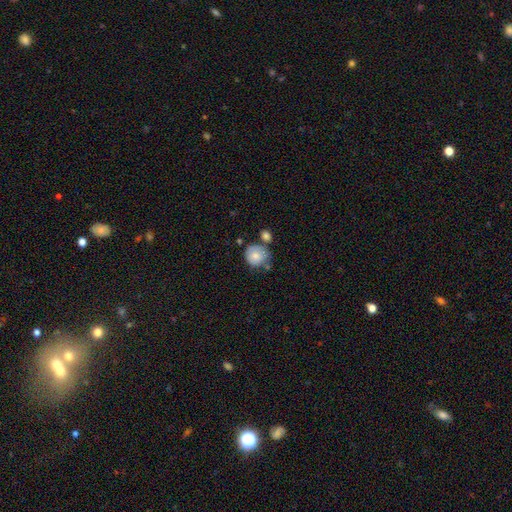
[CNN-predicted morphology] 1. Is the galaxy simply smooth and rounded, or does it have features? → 76% smooth, 17% featured or disk, 7% star or artifact.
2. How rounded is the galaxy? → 87% round, 12% in between, 1% cigar-shaped.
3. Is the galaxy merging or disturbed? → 55% none, 22% minor disturbance, 17% merger, 6% major disturbance.